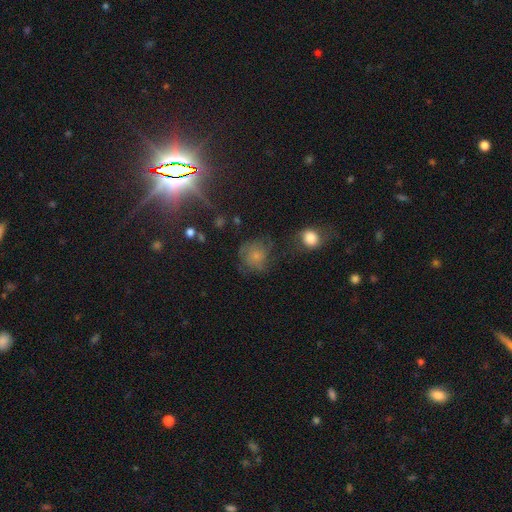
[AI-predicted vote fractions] Smooth or featured? Predicted: smooth (p=0.62). How rounded? Predicted: round (p=0.81). Merging? Predicted: none (p=0.54).